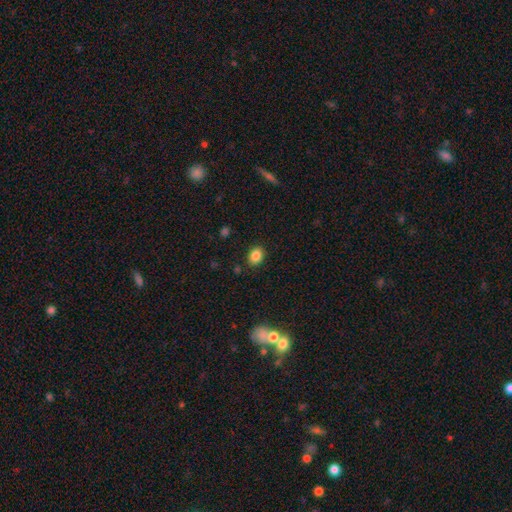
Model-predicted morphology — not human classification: Smooth or featured: smooth — 85% (star or artifact — 10%)
How rounded: in between — 59% (round — 40%)
Merging: none — 87% (minor disturbance — 9%)